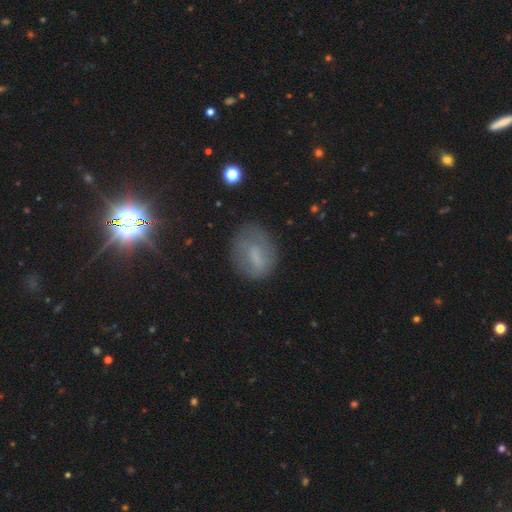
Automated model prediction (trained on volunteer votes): This appears to be a smooth galaxy with no disk features (60%) that is in between round and cigar-shaped (64%). Merging: none (67%).